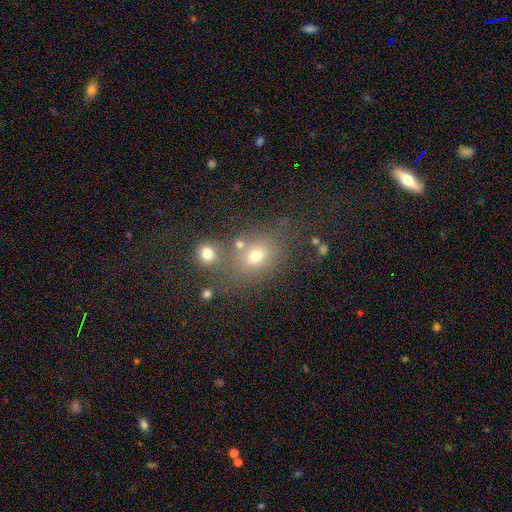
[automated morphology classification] A smooth galaxy with no disk features (67%) that is round (52%). Merging: none (63%).